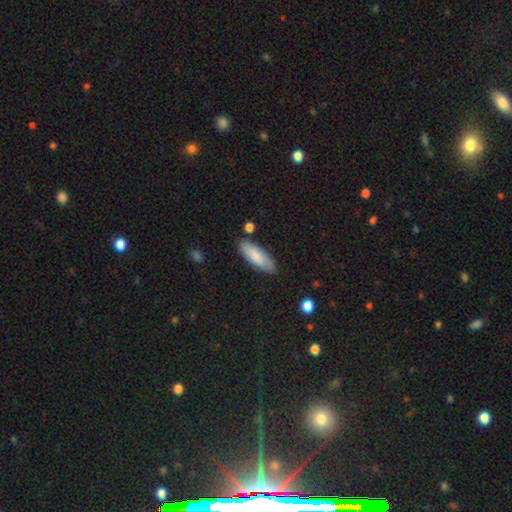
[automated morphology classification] smooth 83%, featured or disk 11%, star or artifact 6%. Down the decision tree: how rounded — in between (62%); merging — none (83%).